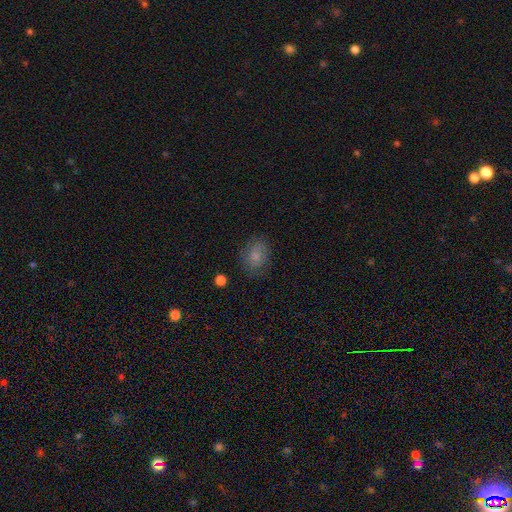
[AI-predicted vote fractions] smooth 79%, featured or disk 11%, star or artifact 10%. Down the decision tree: how rounded — in between (55%); merging — none (76%).